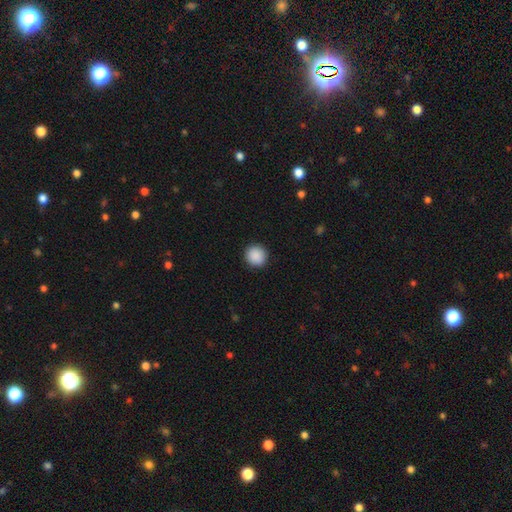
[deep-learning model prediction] smooth 90%, star or artifact 8%, featured or disk 2%. Down the decision tree: how rounded — round (94%); merging — none (93%).